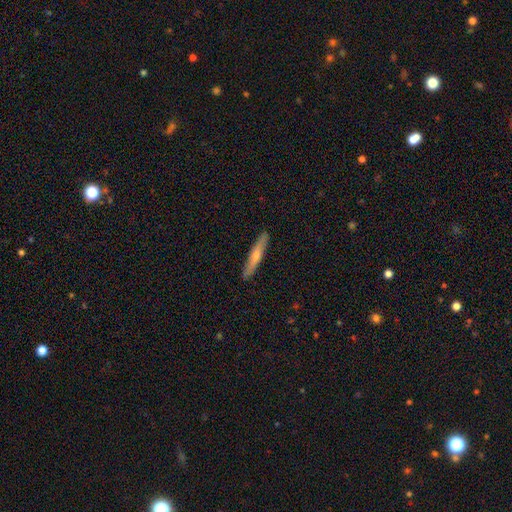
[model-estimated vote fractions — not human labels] Smooth or featured? Predicted: smooth (p=0.48). Merging? Predicted: none (p=0.91).